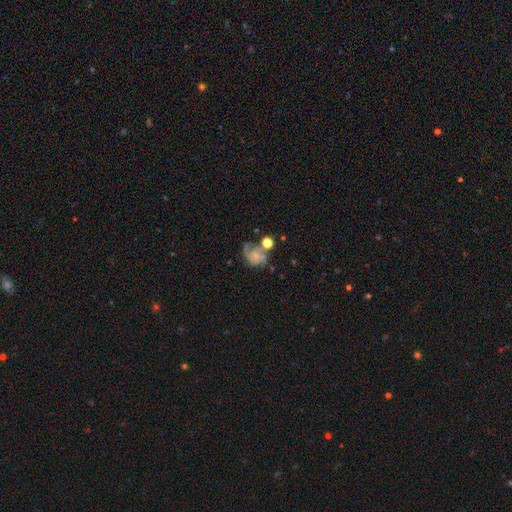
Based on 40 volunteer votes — Smooth or featured? featured or disk (65%)
Edge-on disk? no (96%)
Bar? no (80%)
Spiral arms? yes (96%)
Spiral winding? medium (46%)
Spiral arm count? 2 (67%)
Bulge size? small (64%)
Merging? none (39%)